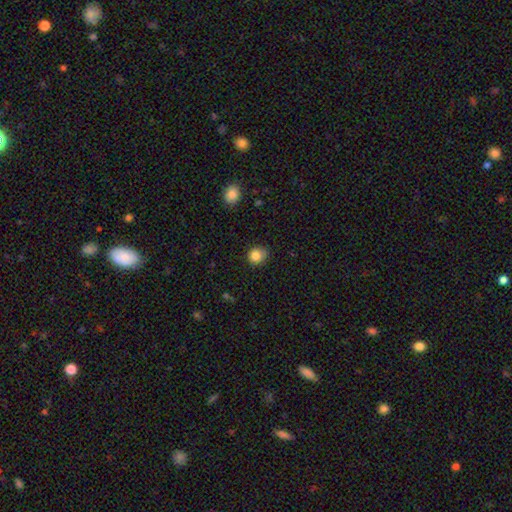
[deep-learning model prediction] Q: Smooth or featured?
A: smooth (84%); runner-up: star or artifact (11%)
Q: How rounded?
A: round (79%); runner-up: in between (20%)
Q: Merging?
A: none (76%); runner-up: minor disturbance (20%)